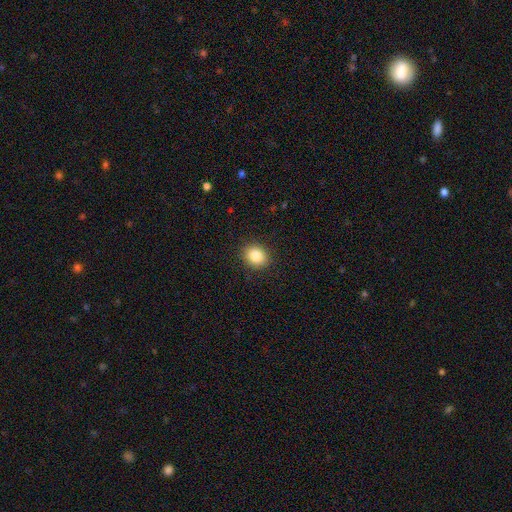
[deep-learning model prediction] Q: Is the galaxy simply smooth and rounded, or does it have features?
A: smooth — 85%.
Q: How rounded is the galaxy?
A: round — 66%.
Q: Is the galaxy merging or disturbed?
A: none — 90%.